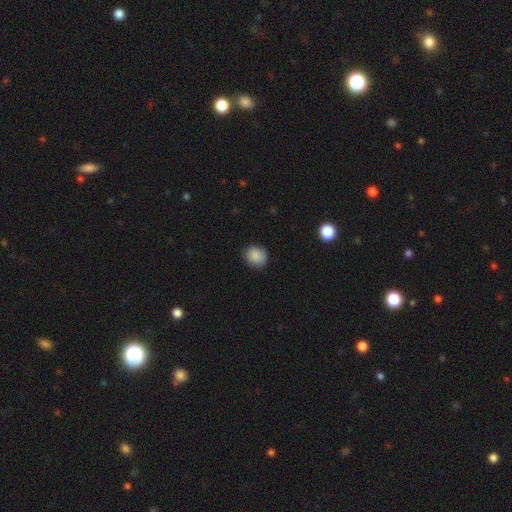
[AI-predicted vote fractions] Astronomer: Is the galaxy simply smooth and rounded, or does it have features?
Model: smooth — 88%.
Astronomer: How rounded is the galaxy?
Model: round — 73%.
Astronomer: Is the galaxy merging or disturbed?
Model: none — 84%.